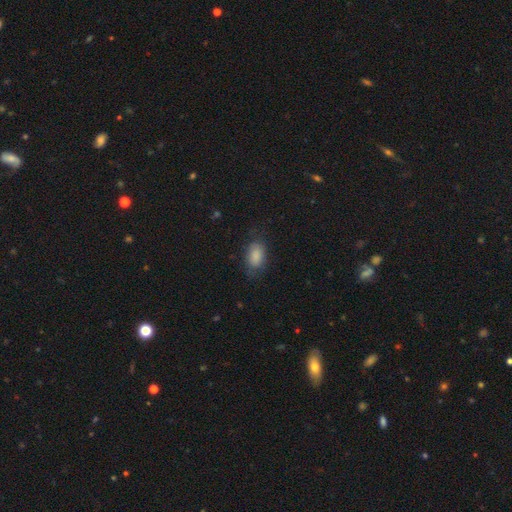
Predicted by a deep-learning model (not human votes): The model was most divided on "merging": none: 73%, minor disturbance: 19%, major disturbance: 7%, merger: 1%. More confident: how rounded — in between (91%); smooth or featured — smooth (87%).